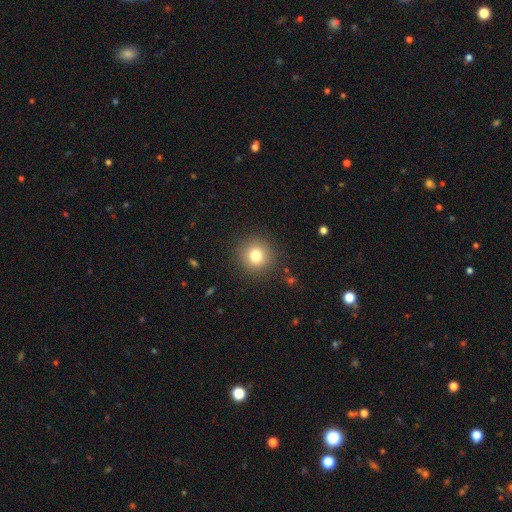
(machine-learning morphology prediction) smooth 78%, star or artifact 12%, featured or disk 9%. Down the decision tree: how rounded — round (94%); merging — none (90%).